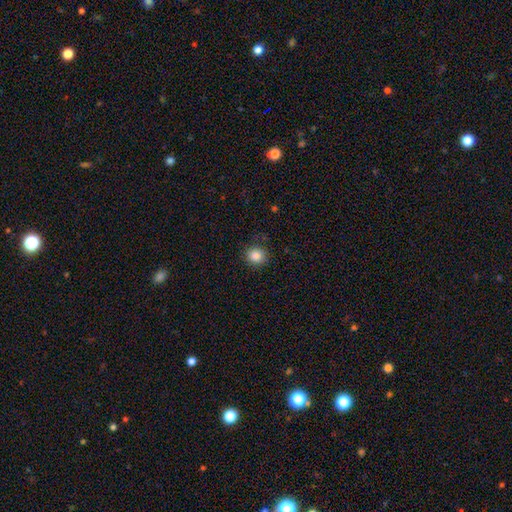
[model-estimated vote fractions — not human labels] Smooth or featured?
  - smooth: 85% *
  - star or artifact: 10%
  - featured or disk: 4%
How rounded?
  - round: 87% *
  - in between: 12%
  - cigar-shaped: 1%
Merging?
  - none: 87% *
  - minor disturbance: 9%
  - major disturbance: 3%
  - merger: 1%